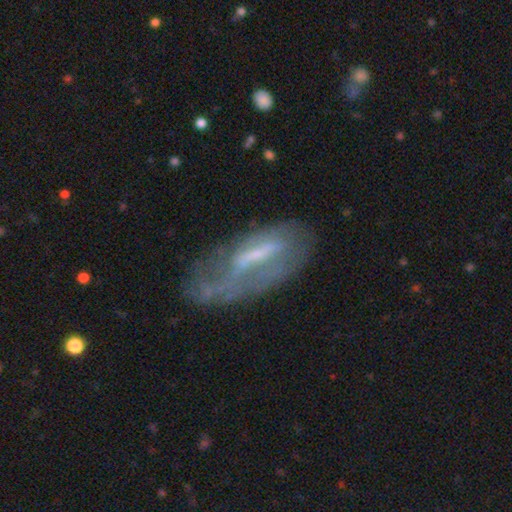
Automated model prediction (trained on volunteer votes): A featured or disk galaxy (60%).

Vote fractions:
- Smooth or featured? featured or disk: 60% / smooth: 32% / star or artifact: 9%
- Edge-on disk? no: 82% / yes: 18%
- Merging? none: 43% / minor disturbance: 28% / major disturbance: 26% / merger: 4%